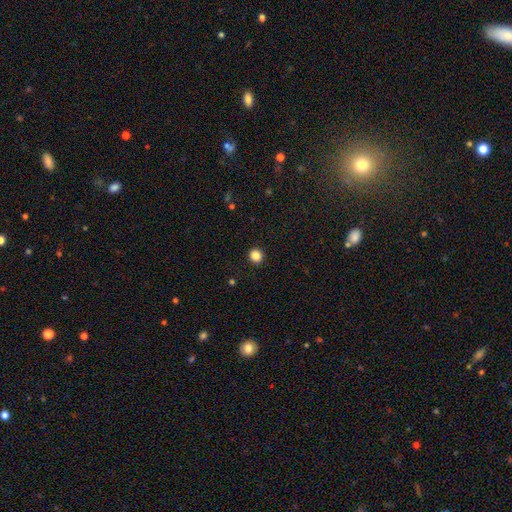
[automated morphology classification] Smooth or featured: smooth — 86% (star or artifact — 11%)
How rounded: round — 91% (in between — 9%)
Merging: none — 92% (minor disturbance — 5%)